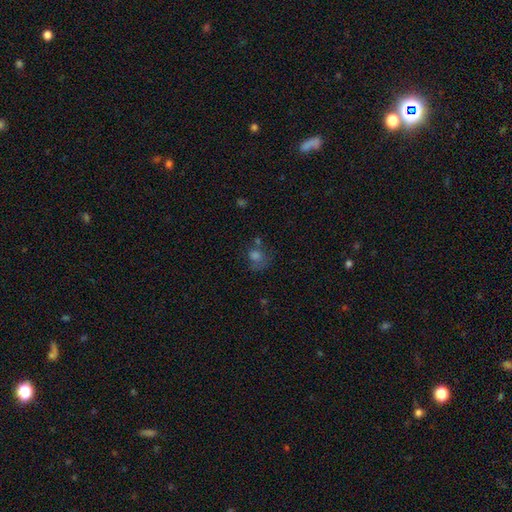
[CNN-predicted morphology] Q: Smooth or featured?
A: smooth (60%); runner-up: star or artifact (23%)
Q: How rounded?
A: round (74%); runner-up: in between (25%)
Q: Merging?
A: none (47%); runner-up: minor disturbance (20%)